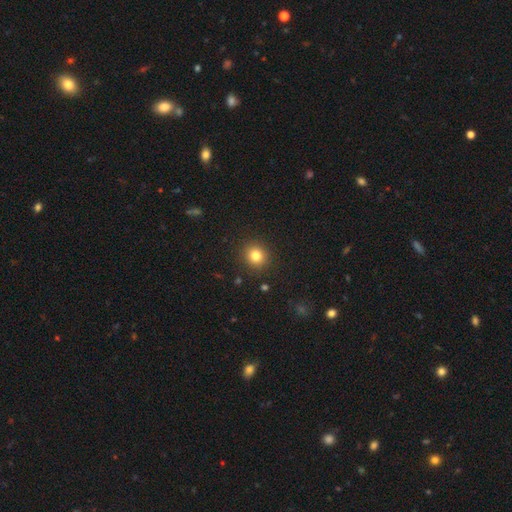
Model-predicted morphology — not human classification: A smooth galaxy with no disk features (81%) that is round (86%).

Vote fractions:
- Smooth or featured? smooth: 81% / star or artifact: 12% / featured or disk: 7%
- How rounded? round: 86% / in between: 13% / cigar-shaped: 1%
- Merging? none: 90% / minor disturbance: 6% / major disturbance: 2% / merger: 1%